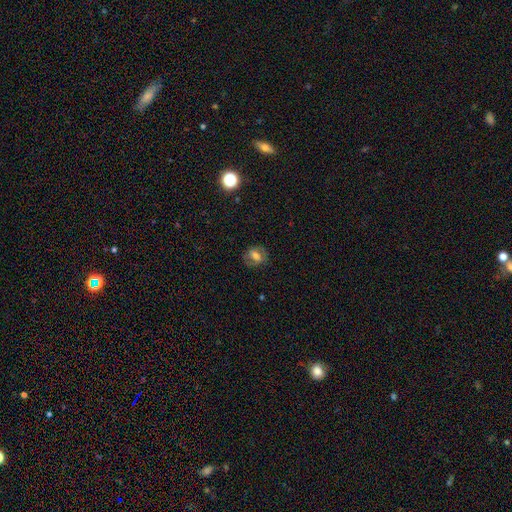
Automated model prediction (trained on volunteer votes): smooth 53%, featured or disk 35%, star or artifact 12%. Down the decision tree: how rounded — in between (53%); merging — none (76%).